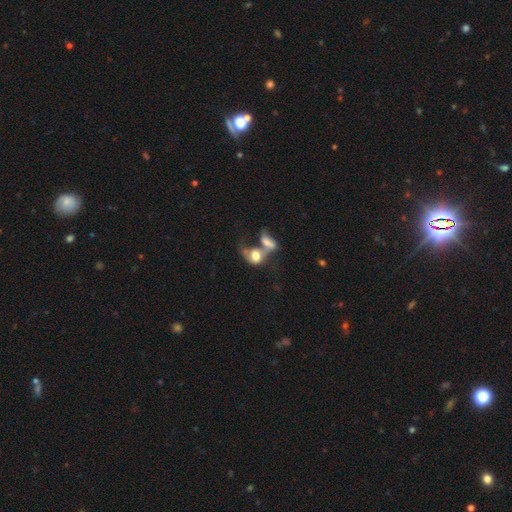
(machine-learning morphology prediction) The model was most divided on "how rounded": in between: 63%, round: 34%, cigar-shaped: 3%. More confident: merging — merger (69%); smooth or featured — smooth (60%).